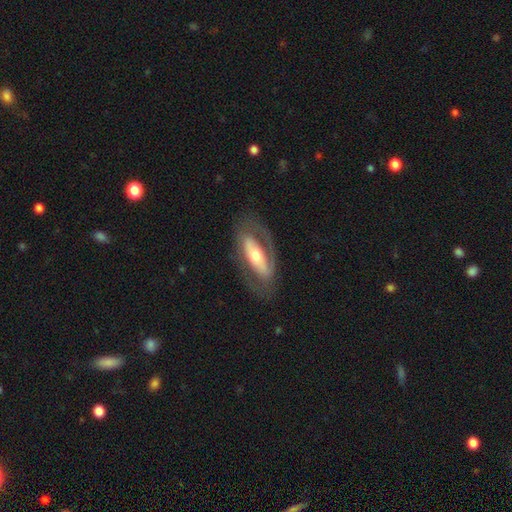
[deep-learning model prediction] This is likely a featured or disk galaxy (69%). It is clearly not viewed edge-on (83%). Bar: marginally strong (42%). Spiral arm pattern: possibly yes (54%). Central bulge: likely moderate (60%). Merging: likely none (73%).